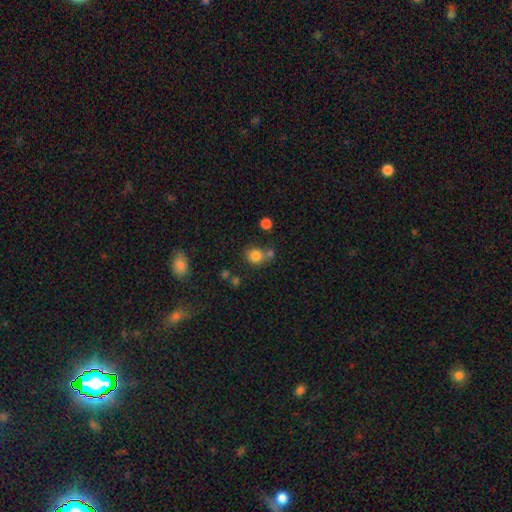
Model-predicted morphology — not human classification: A smooth galaxy with no disk features (81%) that is round (82%).

Vote fractions:
- Smooth or featured? smooth: 81% / star or artifact: 12% / featured or disk: 7%
- How rounded? round: 82% / in between: 17% / cigar-shaped: 1%
- Merging? none: 58% / merger: 25% / minor disturbance: 12% / major disturbance: 5%